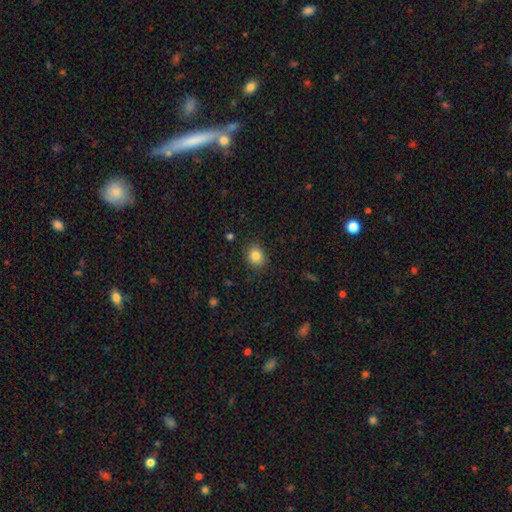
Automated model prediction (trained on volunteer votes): Overall: smooth (83%). How rounded: round (67%; in between 32%). Merging: none (88%).